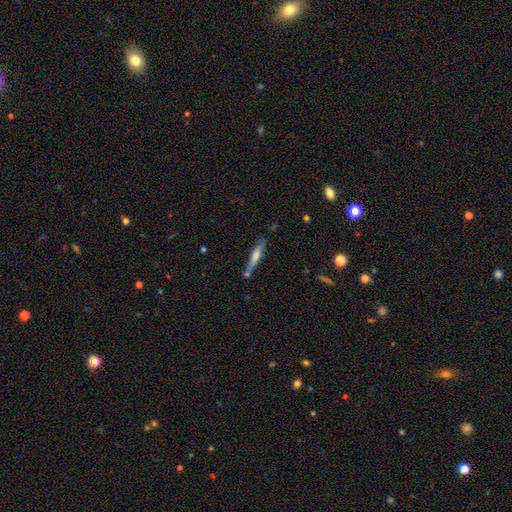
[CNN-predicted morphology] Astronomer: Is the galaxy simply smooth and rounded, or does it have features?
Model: smooth — 53% (runner-up: featured or disk, 41%).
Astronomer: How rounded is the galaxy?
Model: cigar-shaped — 90%.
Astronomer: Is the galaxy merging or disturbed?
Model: none — 70%.